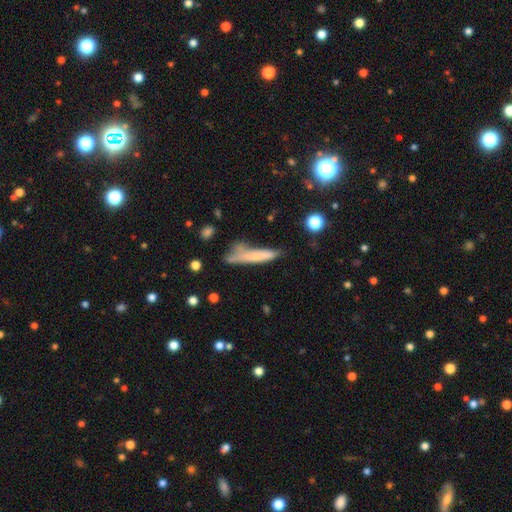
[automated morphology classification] Smooth or featured?
  - smooth: 65% *
  - featured or disk: 26%
  - star or artifact: 9%
How rounded?
  - cigar-shaped: 88% *
  - in between: 10%
  - round: 2%
Merging?
  - none: 53% *
  - minor disturbance: 26%
  - major disturbance: 11%
  - merger: 10%